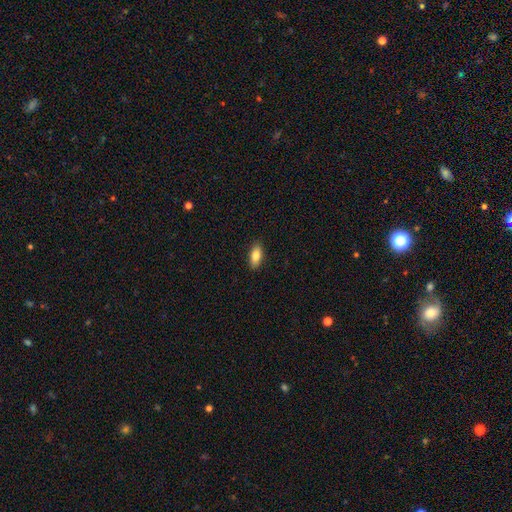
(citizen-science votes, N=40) This appears to be a smooth galaxy with no disk features (95%) that is in between round and cigar-shaped (82%). Merging: none (92%).